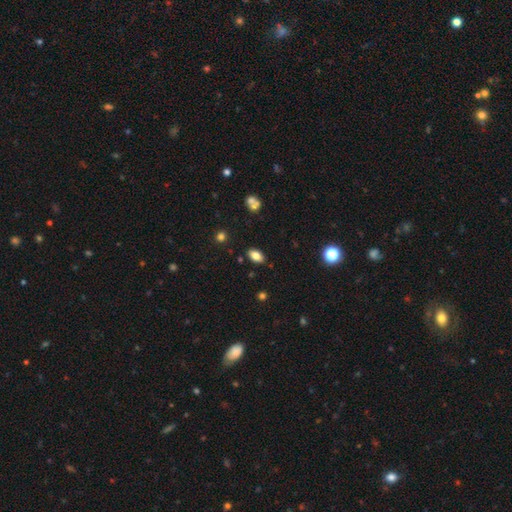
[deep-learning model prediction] smooth_or_featured: smooth (p=0.80) [alt: star or artifact p=0.10]
how_rounded: in between (p=0.91) [alt: round p=0.07]
merging: none (p=0.85) [alt: minor disturbance p=0.10]